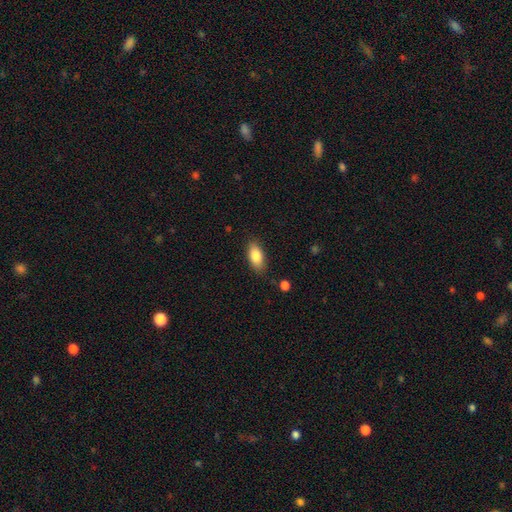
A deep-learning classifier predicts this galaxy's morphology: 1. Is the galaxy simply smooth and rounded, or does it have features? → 84% smooth, 9% featured or disk, 7% star or artifact.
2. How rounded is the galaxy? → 89% in between, 7% cigar-shaped, 4% round.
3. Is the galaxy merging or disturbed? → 84% none, 12% minor disturbance, 3% major disturbance, 1% merger.